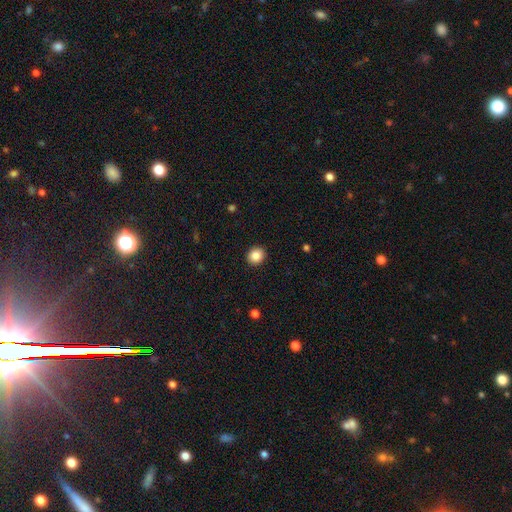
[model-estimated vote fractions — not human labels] Smooth or featured? Predicted: smooth (p=0.86). How rounded? Predicted: round (p=0.80). Merging? Predicted: none (p=0.92).